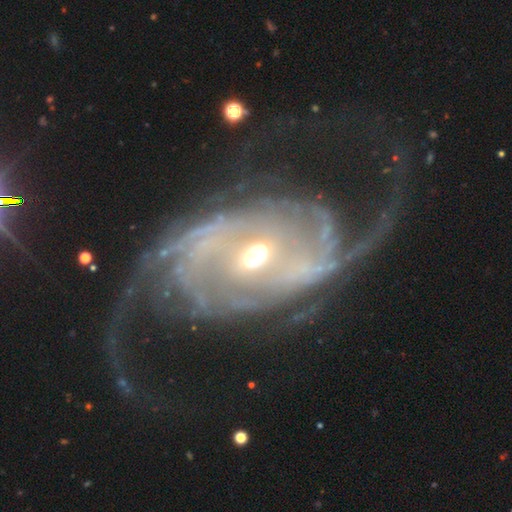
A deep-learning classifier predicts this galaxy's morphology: Overall: featured or disk (87%). Edge-on disk: no (96%). Bar: weak (44%; no 37%). Spiral arms: yes (90%). Spiral arm count: 2 (52%; can't tell 19%). Spiral winding: medium (38%; loose 31%). Bulge size: moderate (63%; small 28%). Merging: none (54%; major disturbance 21%).